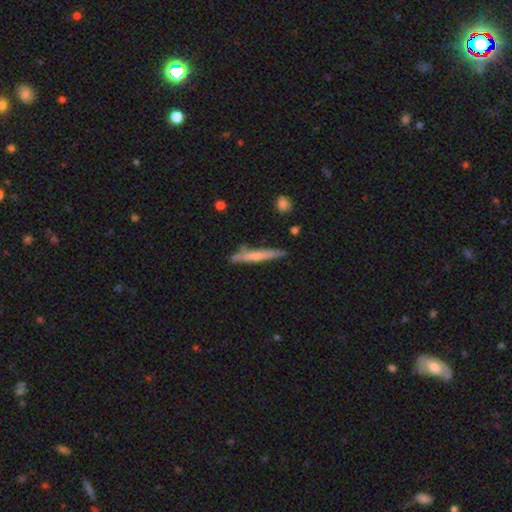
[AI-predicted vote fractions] This is possibly a smooth galaxy (54%). How rounded: clearly cigar-shaped (94%). Merging: likely none (80%).